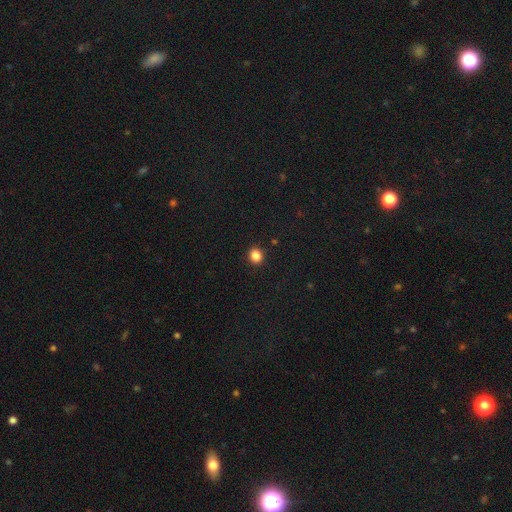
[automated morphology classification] smooth-or-featured: smooth: 86% | star or artifact: 11% | featured or disk: 3%
  how-rounded: round: 75% | in between: 24% | cigar-shaped: 1%
  merging: none: 92% | minor disturbance: 5% | major disturbance: 2% | merger: 1%